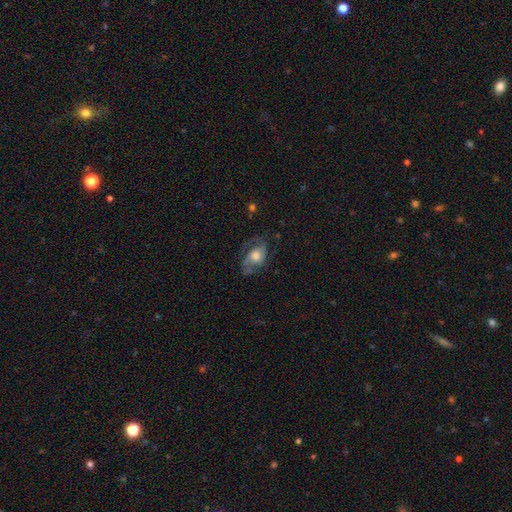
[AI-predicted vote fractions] This is likely a featured or disk galaxy (67%). It is clearly not viewed edge-on (95%). Bar: likely no (73%). Spiral arm pattern: clearly yes (86%). Spiral arm count: likely 2 (78%). Spiral winding: possibly medium (48%). Central bulge: possibly moderate (51%). Merging: likely none (62%).